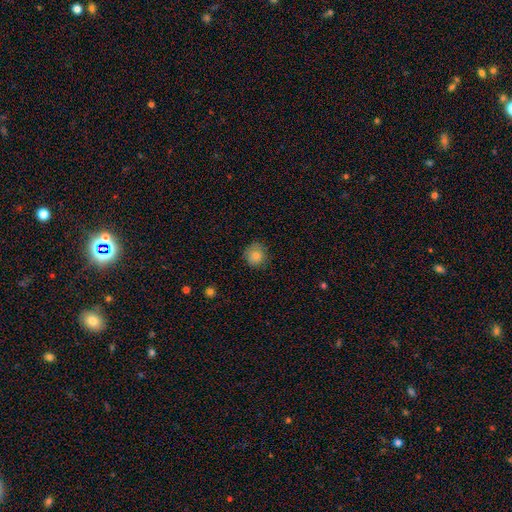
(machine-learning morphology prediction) Smooth or featured: smooth — 82% (star or artifact — 10%)
How rounded: round — 86% (in between — 13%)
Merging: none — 76% (minor disturbance — 18%)